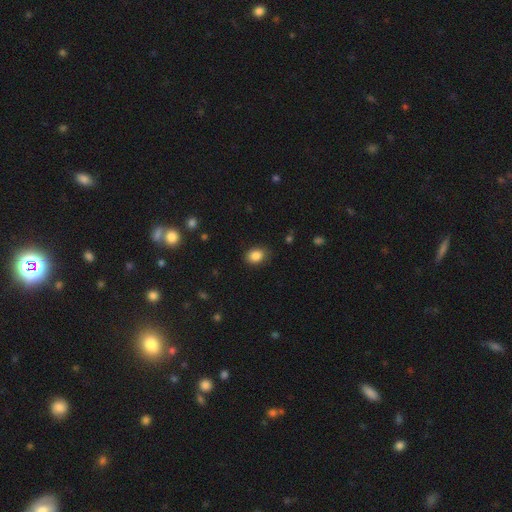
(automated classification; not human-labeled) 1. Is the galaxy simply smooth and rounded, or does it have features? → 86% smooth, 9% star or artifact, 5% featured or disk.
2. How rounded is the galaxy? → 66% in between, 33% round, 1% cigar-shaped.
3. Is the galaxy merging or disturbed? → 84% none, 12% minor disturbance, 3% major disturbance, 1% merger.